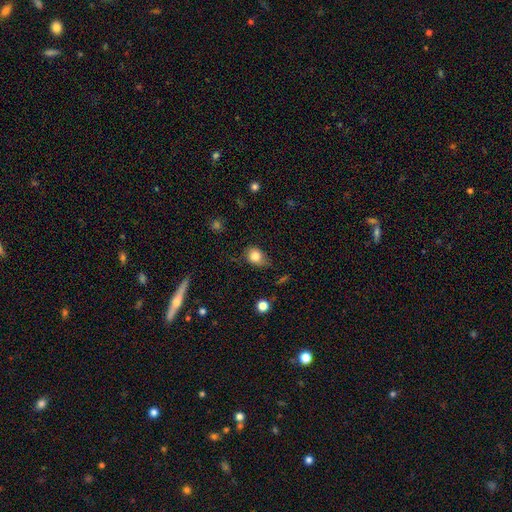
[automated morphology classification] Overall: smooth (81%). How rounded: in between (61%; round 38%). Merging: none (61%; minor disturbance 29%).